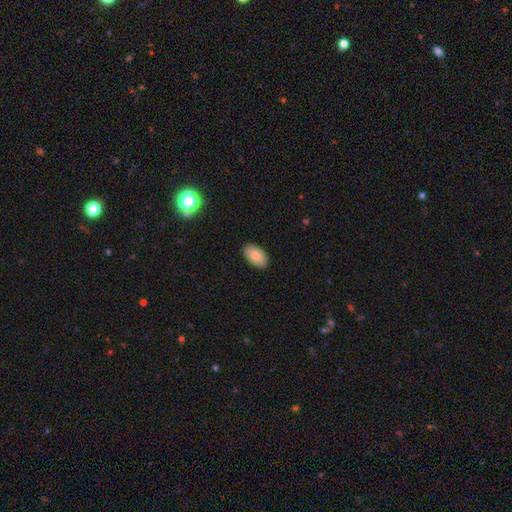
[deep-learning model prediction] smooth-or-featured: smooth: 83% | featured or disk: 10% | star or artifact: 7%
  how-rounded: in between: 95% | round: 4% | cigar-shaped: 2%
  merging: none: 89% | minor disturbance: 9% | major disturbance: 2% | merger: 1%